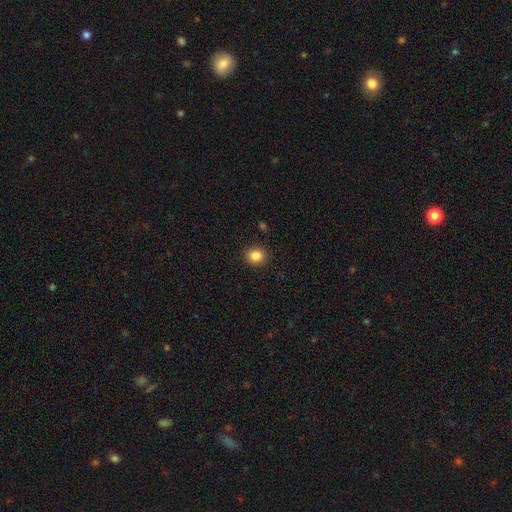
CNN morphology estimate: smooth_or_featured: smooth (p=0.85) [alt: star or artifact p=0.10]
how_rounded: round (p=0.82) [alt: in between p=0.17]
merging: none (p=0.91) [alt: minor disturbance p=0.06]